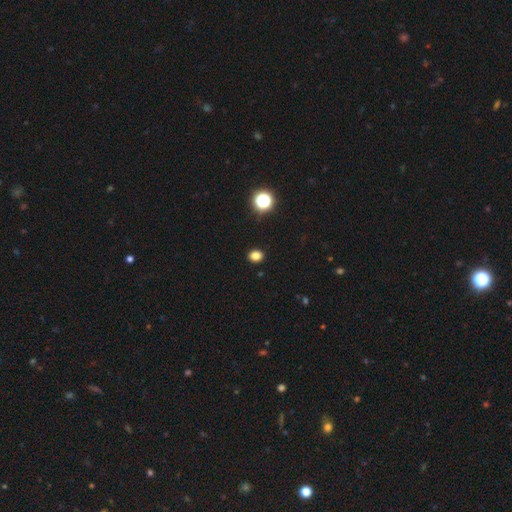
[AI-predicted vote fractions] A smooth galaxy with no disk features (81%) that is round (62%).

Vote fractions:
- Smooth or featured? smooth: 81% / star or artifact: 15% / featured or disk: 4%
- How rounded? round: 62% / in between: 37% / cigar-shaped: 1%
- Merging? none: 91% / minor disturbance: 6% / major disturbance: 2% / merger: 1%